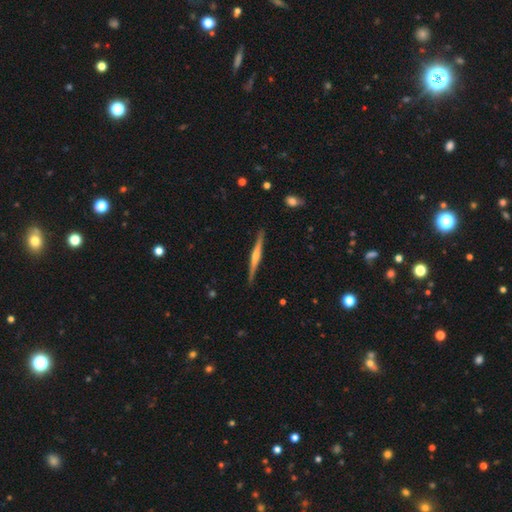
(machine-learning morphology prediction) smooth_or_featured: featured or disk (p=0.65) [alt: smooth p=0.30]
disk_edge_on: yes (p=0.98) [alt: no p=0.02]
edge_on_bulge: rounded (p=0.57) [alt: none p=0.27]
merging: none (p=0.89) [alt: minor disturbance p=0.08]